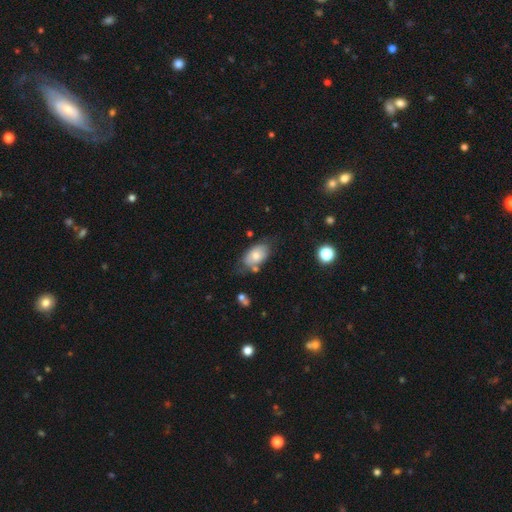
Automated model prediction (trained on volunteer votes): This appears to be a smooth galaxy with no disk features (67%) that is in between round and cigar-shaped (91%). Merging: none (58%).